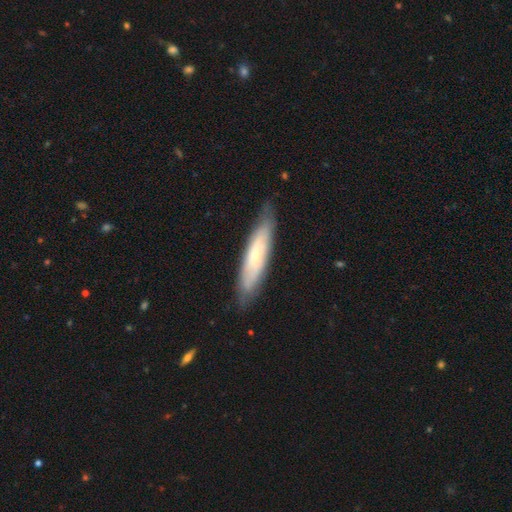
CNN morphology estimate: A smooth galaxy with no disk features (49%).

Vote fractions:
- Smooth or featured? smooth: 49% / featured or disk: 44% / star or artifact: 6%
- Merging? none: 79% / minor disturbance: 17% / major disturbance: 3% / merger: 1%